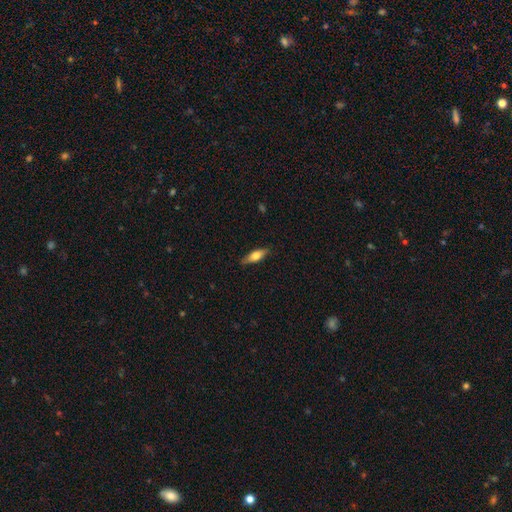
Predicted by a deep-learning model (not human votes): This is likely a smooth galaxy (60%). How rounded: possibly in between (54%). Merging: clearly none (86%).